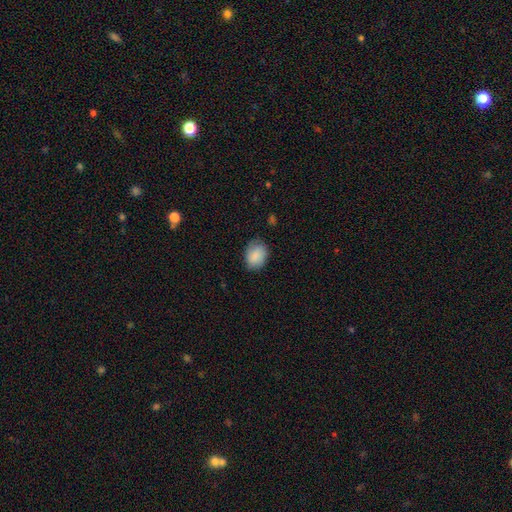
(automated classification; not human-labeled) smooth-or-featured: smooth: 87% | star or artifact: 7% | featured or disk: 6%
  how-rounded: in between: 65% | round: 34% | cigar-shaped: 1%
  merging: none: 73% | minor disturbance: 21% | major disturbance: 4% | merger: 1%